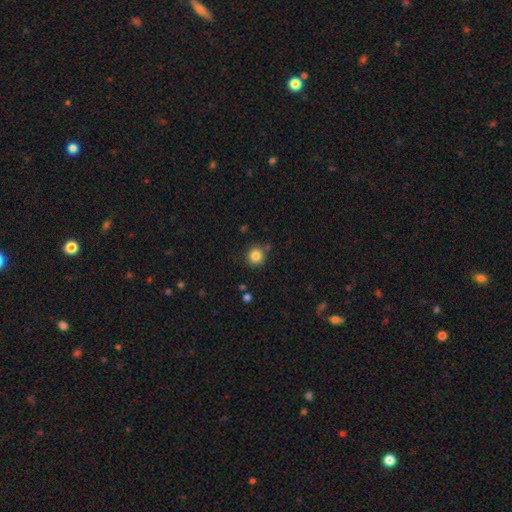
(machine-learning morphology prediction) Smooth or featured? smooth (83%)
How rounded? round (92%)
Merging? none (82%)